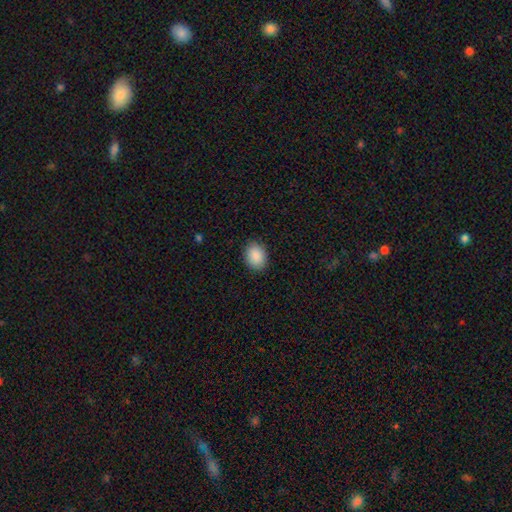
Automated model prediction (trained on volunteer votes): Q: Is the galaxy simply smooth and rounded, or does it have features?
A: smooth — 90%.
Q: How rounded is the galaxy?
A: in between — 67%.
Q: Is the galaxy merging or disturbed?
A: none — 88%.